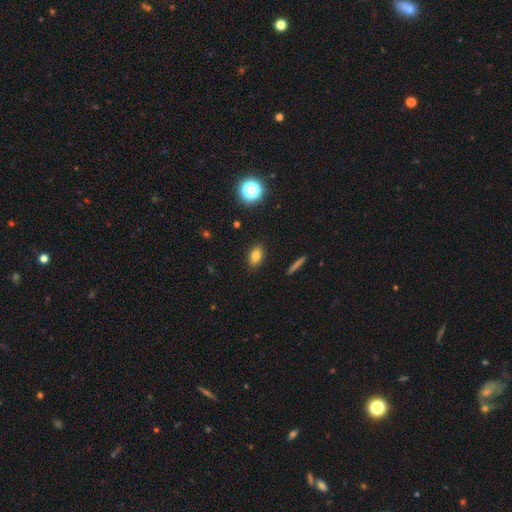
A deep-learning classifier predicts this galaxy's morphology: Smooth or featured? Predicted: smooth (p=0.80). How rounded? Predicted: in between (p=0.82). Merging? Predicted: none (p=0.89).